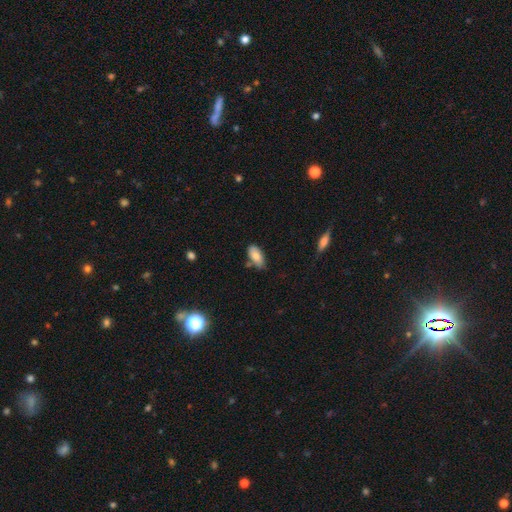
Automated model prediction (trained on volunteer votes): smooth 82%, featured or disk 11%, star or artifact 7%. Down the decision tree: how rounded — in between (92%); merging — none (66%).